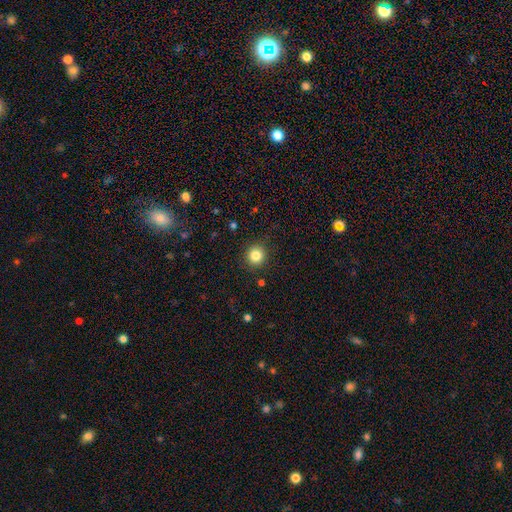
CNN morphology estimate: A smooth galaxy with no disk features (84%) that is round (92%). Merging: none (91%).